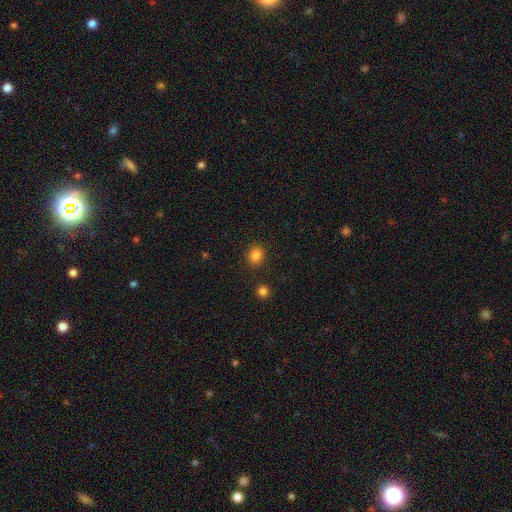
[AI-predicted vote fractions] Overall: smooth (84%). How rounded: round (68%; in between 31%). Merging: none (88%).